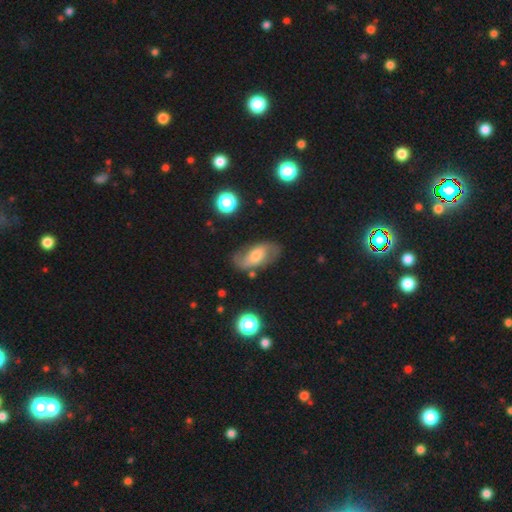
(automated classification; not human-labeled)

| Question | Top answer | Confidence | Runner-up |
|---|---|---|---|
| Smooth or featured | featured or disk | 61% | smooth (31%) |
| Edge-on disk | no | 92% | yes (8%) |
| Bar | no | 49% | weak (37%) |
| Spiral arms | yes | 82% | no (18%) |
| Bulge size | moderate | 53% | small (30%) |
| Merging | none | 69% | minor disturbance (19%) |